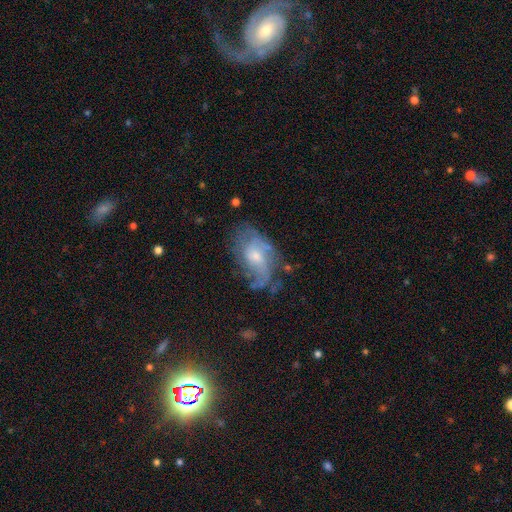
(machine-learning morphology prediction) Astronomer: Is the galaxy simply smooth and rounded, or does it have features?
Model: featured or disk — 69%.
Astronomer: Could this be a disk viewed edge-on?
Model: no — 95%.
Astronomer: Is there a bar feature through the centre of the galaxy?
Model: no — 64%.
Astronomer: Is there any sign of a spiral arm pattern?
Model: yes — 80%.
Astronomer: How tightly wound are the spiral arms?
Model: medium — 40% (runner-up: loose, 30%).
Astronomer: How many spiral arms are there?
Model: can't tell — 40% (runner-up: 2, 31%).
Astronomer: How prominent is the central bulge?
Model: moderate — 46% (runner-up: small, 45%).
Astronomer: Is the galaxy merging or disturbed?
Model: none — 53%.